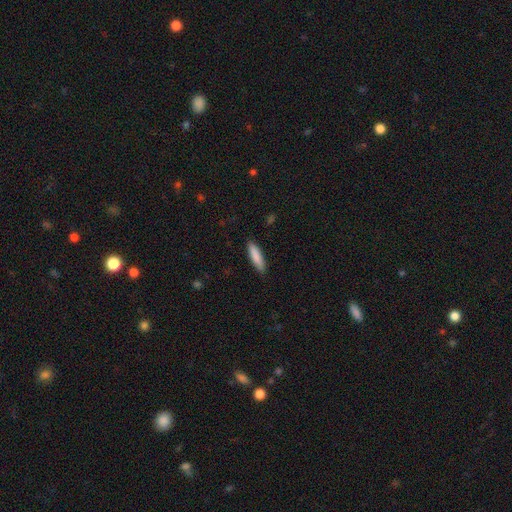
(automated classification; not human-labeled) This is clearly a smooth galaxy (86%). How rounded: likely cigar-shaped (74%). Merging: clearly none (89%).